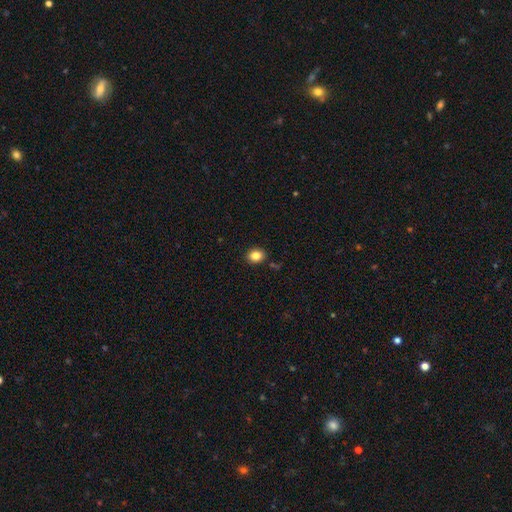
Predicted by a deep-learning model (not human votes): Morphology: type=smooth (85%); roundness=round (57%); merging=none (88%).